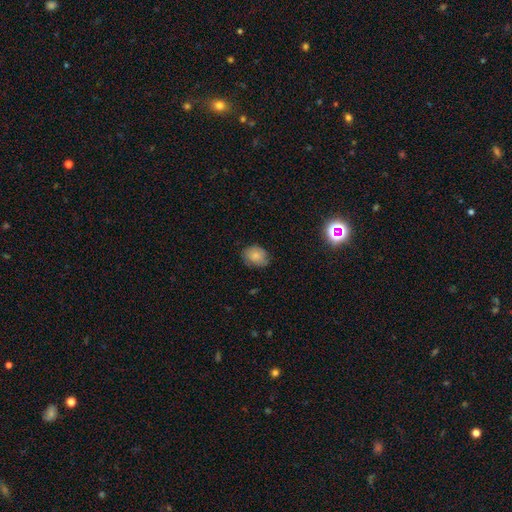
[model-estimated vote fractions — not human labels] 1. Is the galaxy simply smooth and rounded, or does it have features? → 82% smooth, 10% featured or disk, 8% star or artifact.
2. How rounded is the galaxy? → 60% in between, 39% round, 1% cigar-shaped.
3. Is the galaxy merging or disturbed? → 74% none, 21% minor disturbance, 4% major disturbance, 1% merger.